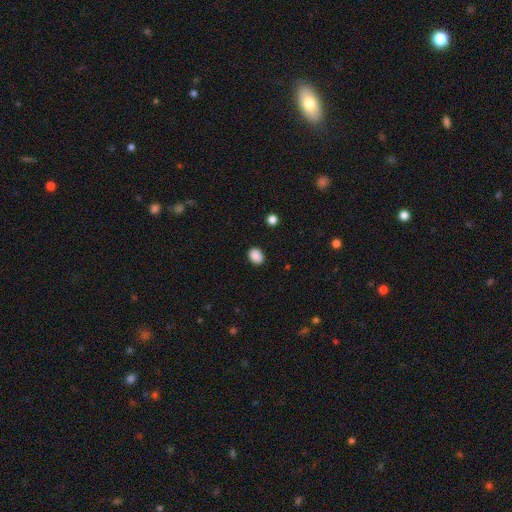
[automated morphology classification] A smooth galaxy with no disk features (89%) that is in between round and cigar-shaped (66%). Merging: none (88%).